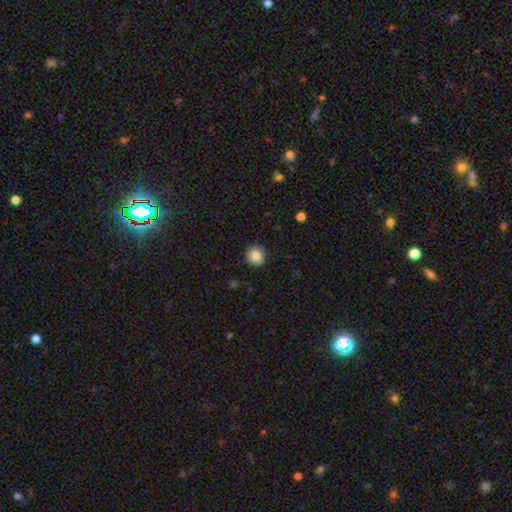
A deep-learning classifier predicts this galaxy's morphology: Smooth or featured? smooth (86%)
How rounded? round (89%)
Merging? none (89%)